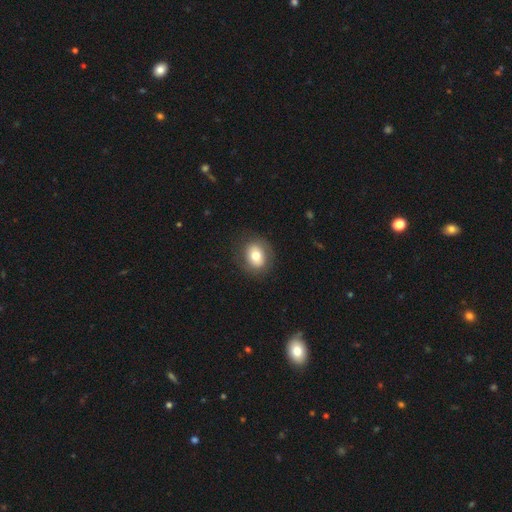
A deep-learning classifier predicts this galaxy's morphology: The model was most divided on "how rounded": round: 58%, in between: 41%, cigar-shaped: 1%. More confident: merging — none (84%); smooth or featured — smooth (71%).